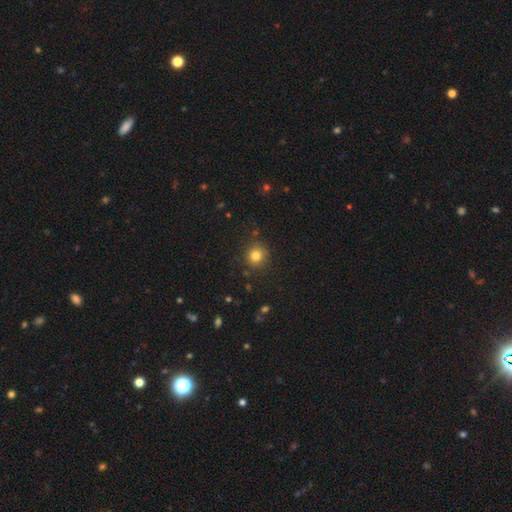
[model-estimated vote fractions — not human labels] Smooth or featured? Predicted: smooth (p=0.81). How rounded? Predicted: round (p=0.91). Merging? Predicted: none (p=0.87).